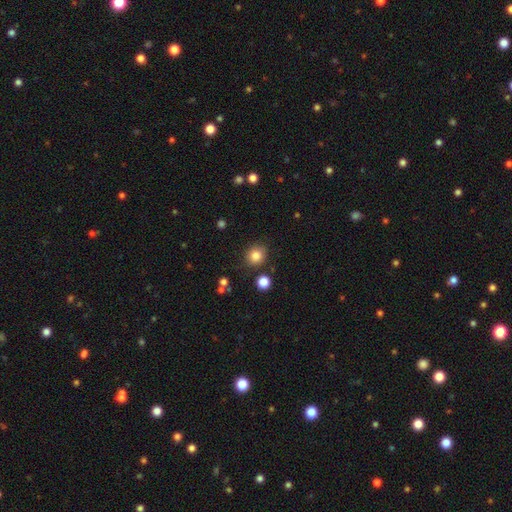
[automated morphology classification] smooth-or-featured: smooth: 83% | star or artifact: 11% | featured or disk: 6%
  how-rounded: round: 80% | in between: 19% | cigar-shaped: 1%
  merging: none: 83% | minor disturbance: 11% | merger: 4% | major disturbance: 3%